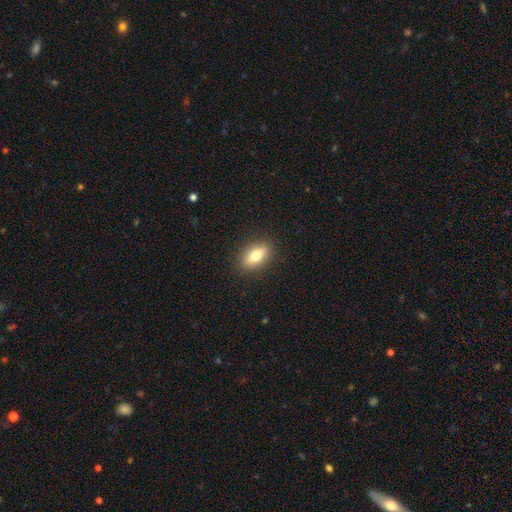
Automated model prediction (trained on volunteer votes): This is likely a smooth galaxy (72%). How rounded: clearly in between (80%). Merging: clearly none (88%).